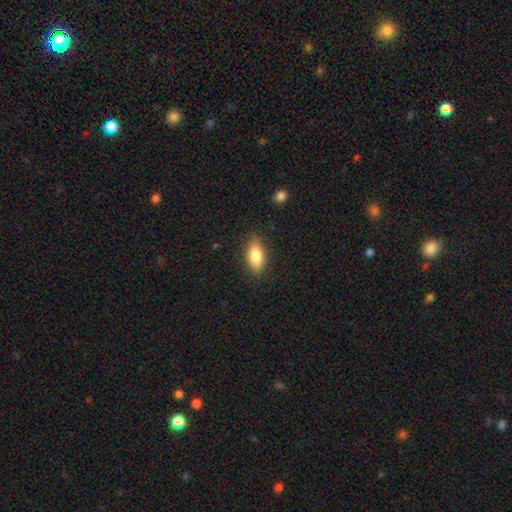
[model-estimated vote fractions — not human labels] A smooth galaxy with no disk features (80%) that is in between round and cigar-shaped (85%).

Vote fractions:
- Smooth or featured? smooth: 80% / featured or disk: 13% / star or artifact: 7%
- How rounded? in between: 85% / cigar-shaped: 11% / round: 4%
- Merging? none: 85% / minor disturbance: 11% / major disturbance: 3% / merger: 1%